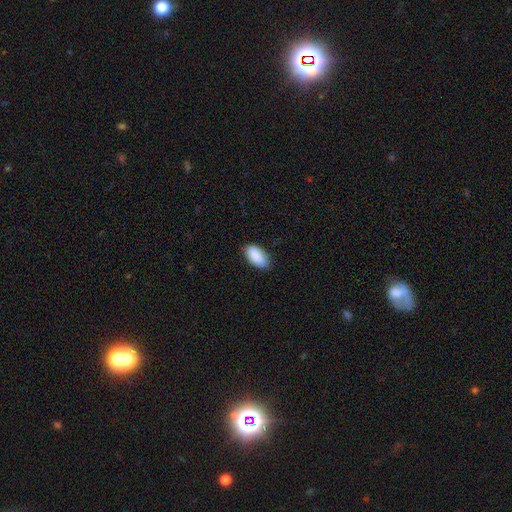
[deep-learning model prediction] The model was most divided on "merging": none: 81%, minor disturbance: 15%, major disturbance: 2%, merger: 1%. More confident: how rounded — in between (94%); smooth or featured — smooth (90%).